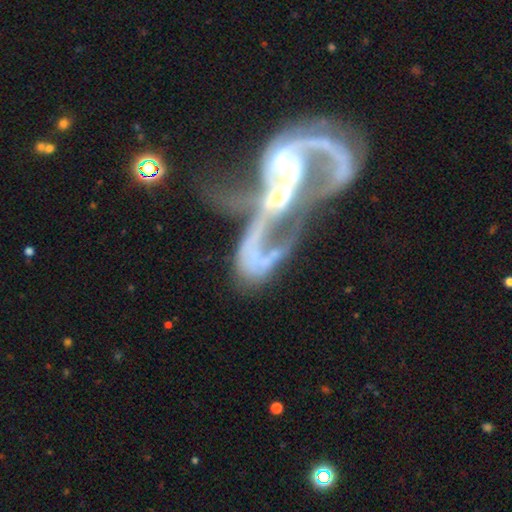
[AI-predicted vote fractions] A featured or disk galaxy (72%) with no bar (55%), spiral arms (62%) and a moderate central bulge (39%). Merging: merger (62%).